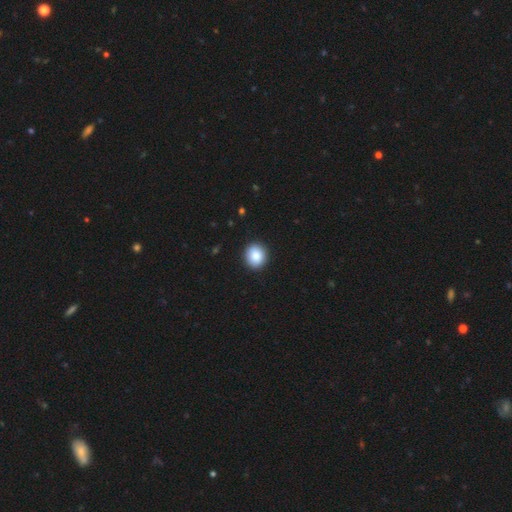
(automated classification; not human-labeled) A smooth galaxy with no disk features (88%) that is round (78%). Merging: none (92%).